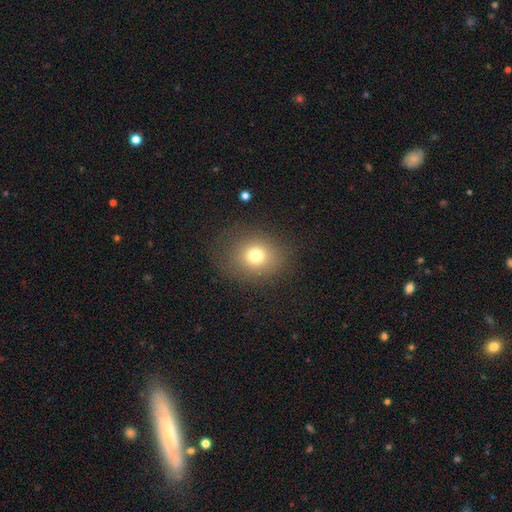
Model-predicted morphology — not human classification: smooth 74%, star or artifact 15%, featured or disk 12%. Down the decision tree: how rounded — round (65%); merging — none (80%).